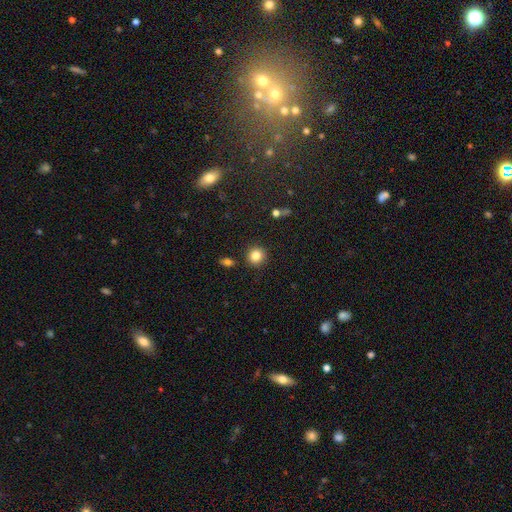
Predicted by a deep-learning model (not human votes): This appears to be a smooth galaxy with no disk features (83%) that is round (91%). Merging: none (88%).